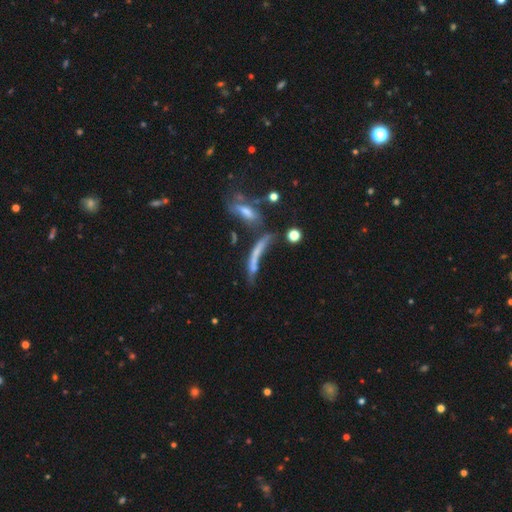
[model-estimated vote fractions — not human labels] Smooth or featured?
  - featured or disk: 44% *
  - smooth: 40%
  - star or artifact: 16%
Merging?
  - merger: 35% *
  - none: 26%
  - major disturbance: 25%
  - minor disturbance: 14%